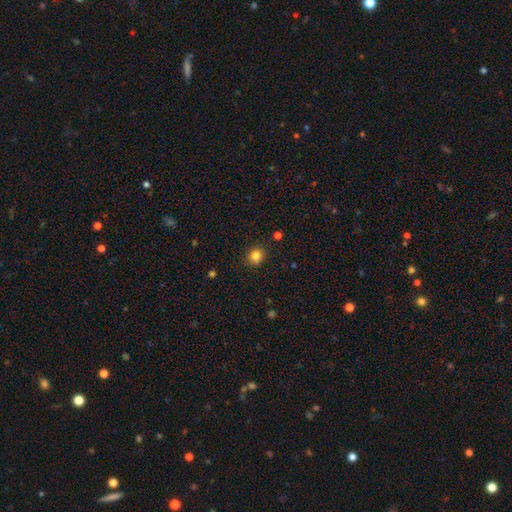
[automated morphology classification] smooth 83%, star or artifact 12%, featured or disk 5%. Down the decision tree: how rounded — round (82%); merging — none (88%).